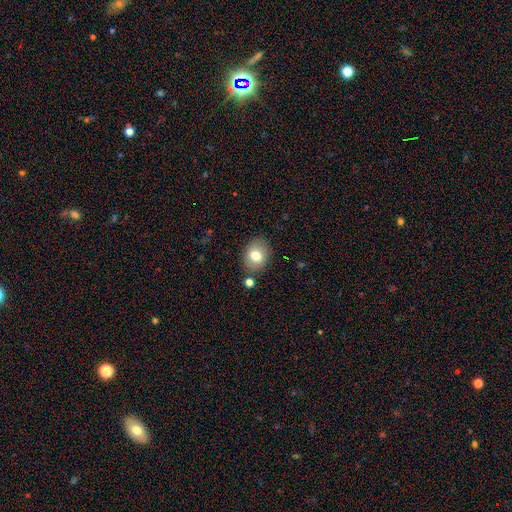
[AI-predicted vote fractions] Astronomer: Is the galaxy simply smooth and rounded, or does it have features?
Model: smooth — 75%.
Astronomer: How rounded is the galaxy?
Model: in between — 54% (runner-up: round, 45%).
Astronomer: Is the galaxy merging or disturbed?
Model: none — 81%.